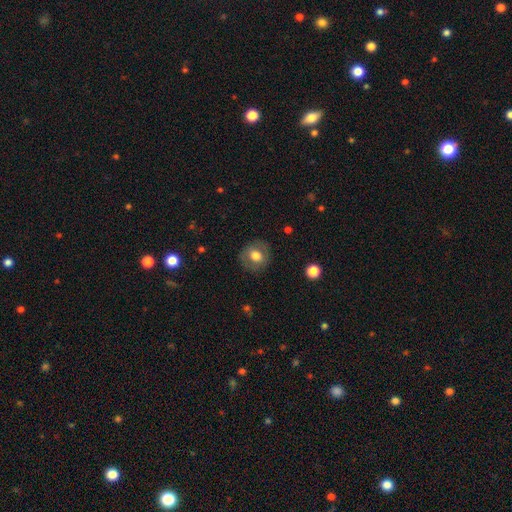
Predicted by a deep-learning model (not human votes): Smooth or featured?
  - smooth: 68% *
  - featured or disk: 24%
  - star or artifact: 8%
How rounded?
  - round: 84% *
  - in between: 15%
  - cigar-shaped: 1%
Merging?
  - none: 85% *
  - minor disturbance: 10%
  - major disturbance: 4%
  - merger: 1%